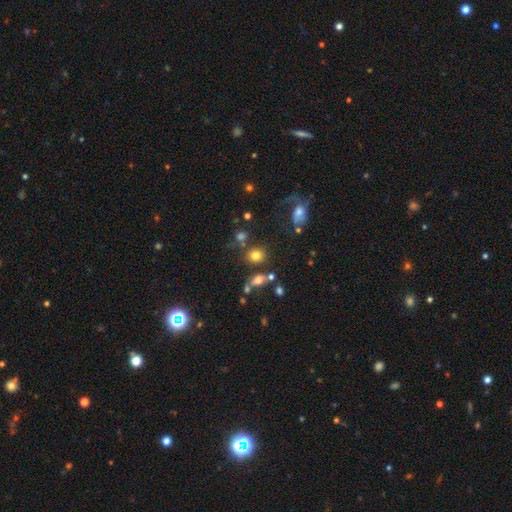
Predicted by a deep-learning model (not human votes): This is likely a smooth galaxy (76%). How rounded: likely round (66%). Merging: likely none (68%).